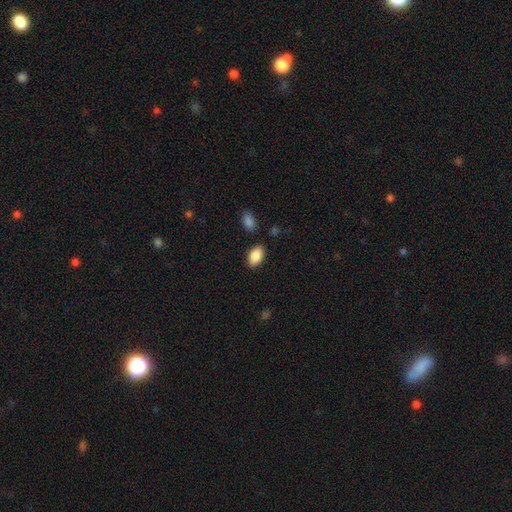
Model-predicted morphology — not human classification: Smooth or featured? smooth (89%)
How rounded? in between (92%)
Merging? none (84%)